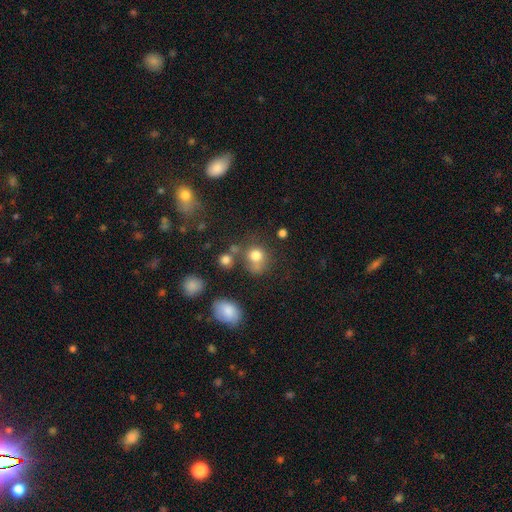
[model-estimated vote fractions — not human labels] This is likely a smooth galaxy (78%). How rounded: likely round (77%). Merging: possibly none (52%).